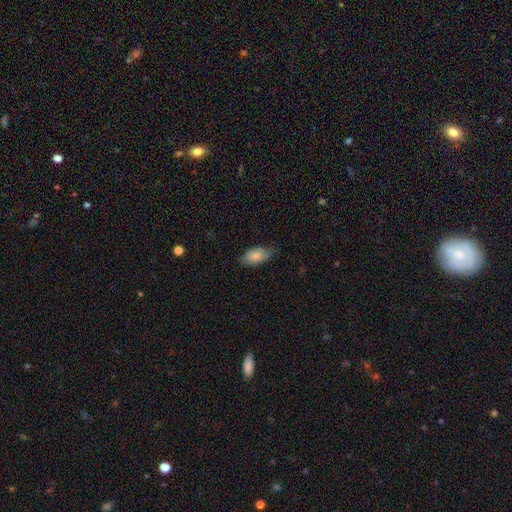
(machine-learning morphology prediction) This appears to be a smooth galaxy with no disk features (80%) that is in between round and cigar-shaped (93%). Merging: none (63%).